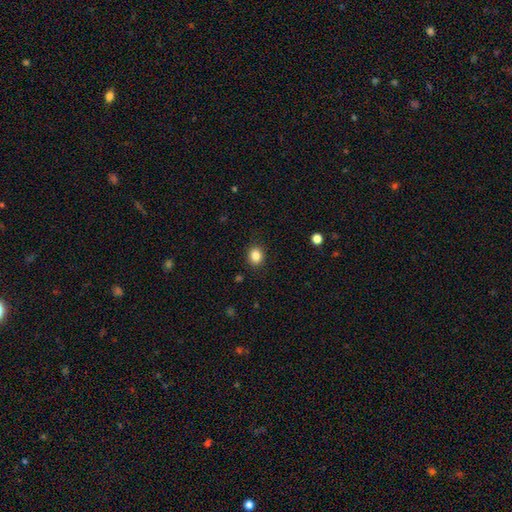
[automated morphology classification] This is clearly a smooth galaxy (85%). How rounded: likely round (67%). Merging: clearly none (89%).